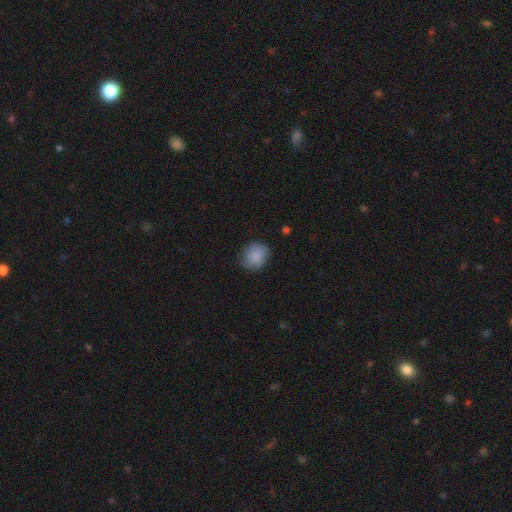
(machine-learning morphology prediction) smooth_or_featured: smooth (p=0.85) [alt: featured or disk p=0.07]
how_rounded: round (p=0.76) [alt: in between p=0.24]
merging: none (p=0.74) [alt: minor disturbance p=0.20]